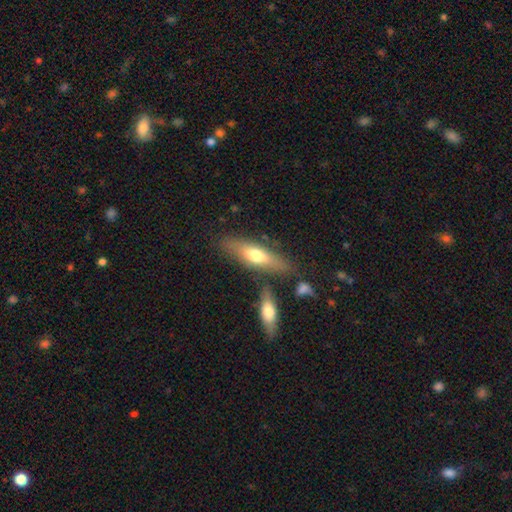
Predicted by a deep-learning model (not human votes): This appears to be a smooth galaxy with no disk features (58%) that is cigar-shaped (55%). Merging: none (72%).